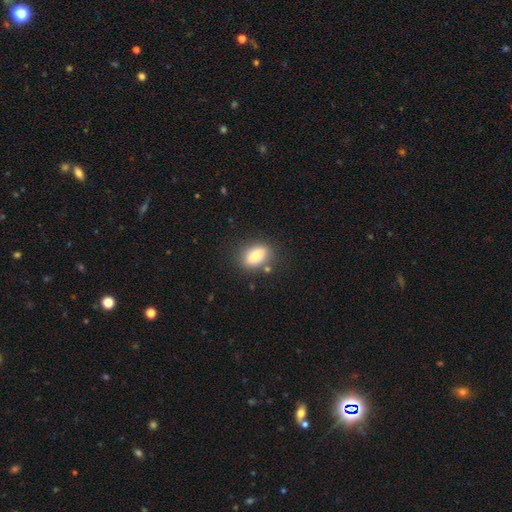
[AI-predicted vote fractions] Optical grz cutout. It shows a smooth galaxy with no disk features (81%) that is in between round and cigar-shaped (81%). Merging: none (79%).